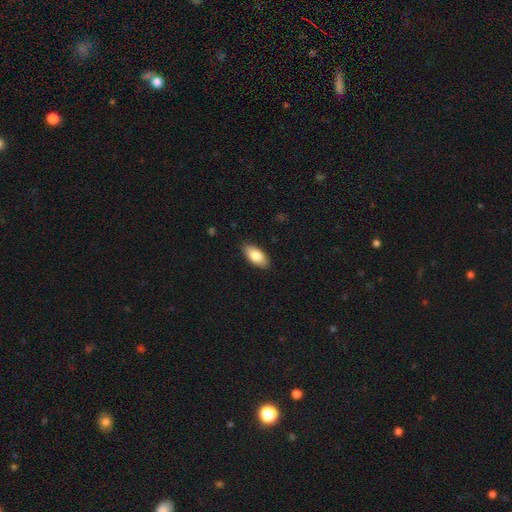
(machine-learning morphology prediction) Smooth or featured: smooth — 82% (featured or disk — 11%)
How rounded: in between — 91% (cigar-shaped — 7%)
Merging: none — 88% (minor disturbance — 9%)